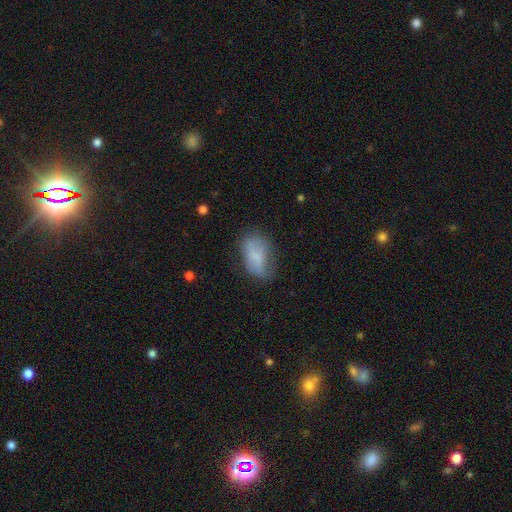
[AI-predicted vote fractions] smooth-or-featured: smooth: 69% | featured or disk: 22% | star or artifact: 9%
  how-rounded: in between: 90% | round: 6% | cigar-shaped: 3%
  merging: none: 47% | minor disturbance: 33% | major disturbance: 17% | merger: 3%